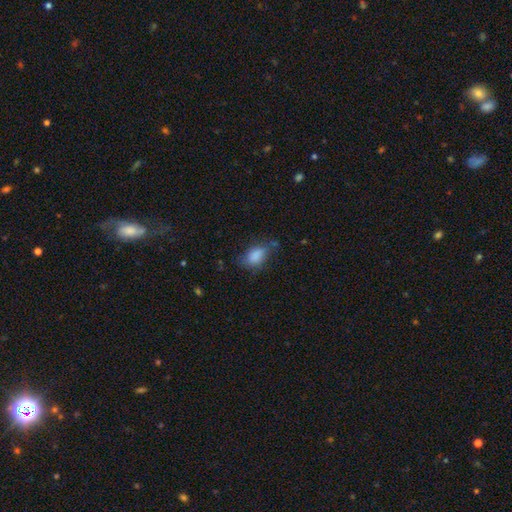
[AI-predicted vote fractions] A smooth galaxy with no disk features (82%) that is in between round and cigar-shaped (85%). Merging: none (47%).